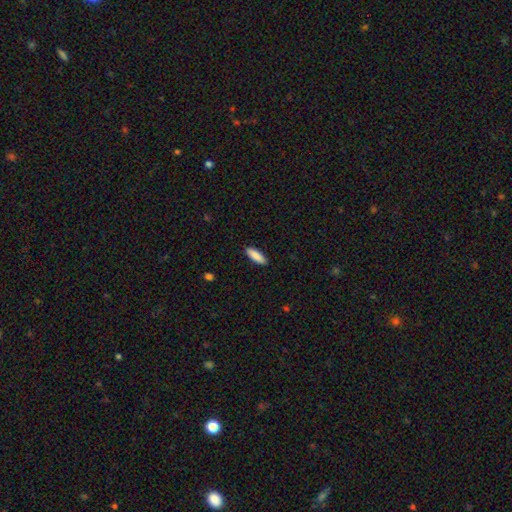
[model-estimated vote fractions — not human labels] Smooth or featured: smooth — 89% (star or artifact — 6%)
How rounded: in between — 57% (cigar-shaped — 42%)
Merging: none — 90% (minor disturbance — 7%)